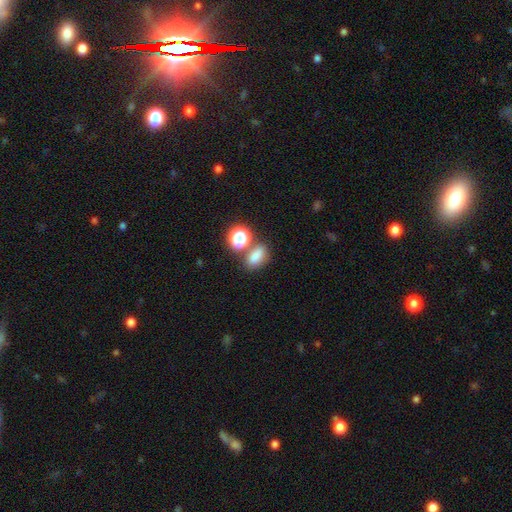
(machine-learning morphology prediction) Overall: smooth (77%). How rounded: in between (72%). Merging: none (62%).